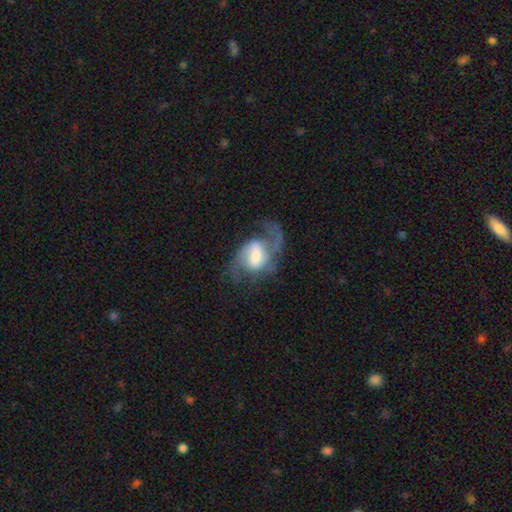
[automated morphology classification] Smooth or featured?
  - featured or disk: 77% *
  - smooth: 17%
  - star or artifact: 6%
Edge-on disk?
  - no: 97% *
  - yes: 3%
Bar?
  - weak: 48% *
  - no: 29%
  - strong: 23%
Spiral arms?
  - yes: 91% *
  - no: 9%
Spiral winding?
  - loose: 47% *
  - medium: 43%
  - tight: 11%
Spiral arm count?
  - 2: 79% *
  - 1: 9%
  - can't tell: 6%
  - 3: 3%
  - 4: 1%
  - more than 4: 1%
Bulge size?
  - large: 33% * (tied)
  - moderate: 33% * (tied)
  - small: 20%
  - none: 9%
  - dominant: 6%
Merging?
  - none: 48% *
  - major disturbance: 31%
  - minor disturbance: 18%
  - merger: 3%